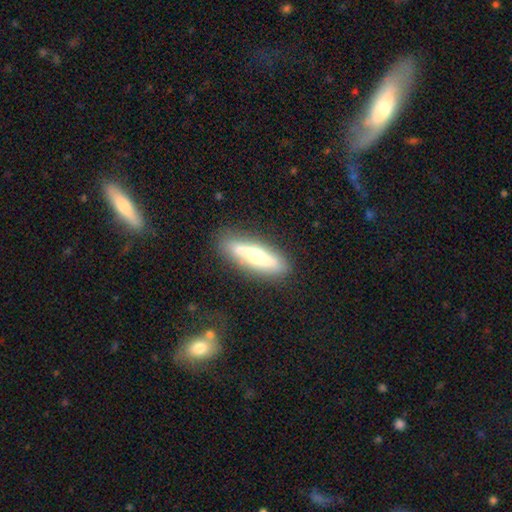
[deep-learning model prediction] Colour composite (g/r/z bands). It shows a featured or disk galaxy (58%) viewed edge-on (78%). Merging: none (82%).